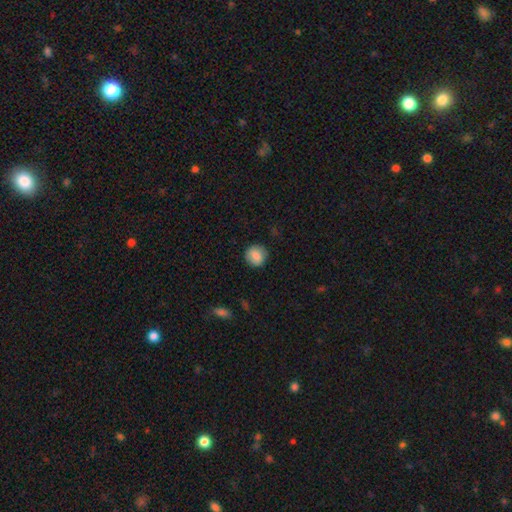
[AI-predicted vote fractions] Morphology: type=smooth (85%); roundness=round (89%); merging=none (87%).